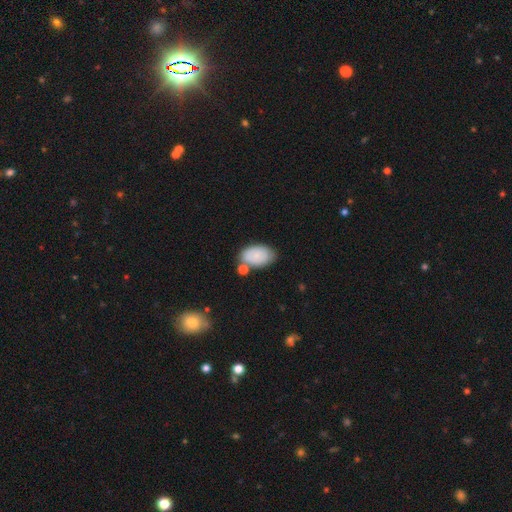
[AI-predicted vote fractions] This appears to be a smooth galaxy with no disk features (81%) that is in between round and cigar-shaped (93%). Merging: none (64%).